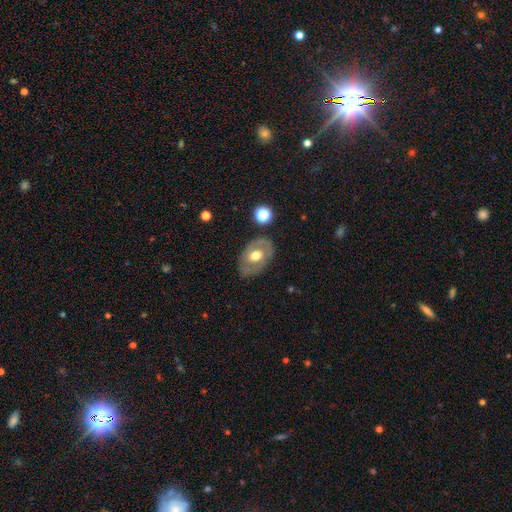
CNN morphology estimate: Smooth or featured: featured or disk — 50% (smooth — 43%)
Merging: none — 78% (minor disturbance — 15%)